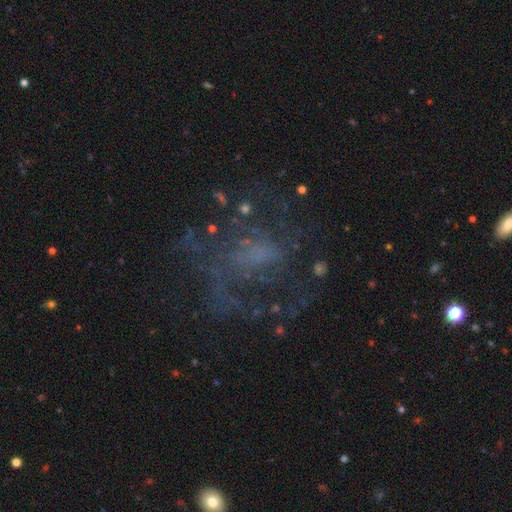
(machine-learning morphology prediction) Smooth or featured?
  - featured or disk: 64% *
  - star or artifact: 21%
  - smooth: 15%
Edge-on disk?
  - no: 97% *
  - yes: 3%
Bar?
  - no: 66% *
  - weak: 27%
  - strong: 7%
Spiral arms?
  - yes: 59% *
  - no: 41%
Bulge size?
  - none: 51% *
  - small: 25%
  - moderate: 18%
  - large: 4%
  - dominant: 1%
Merging?
  - none: 53% *
  - major disturbance: 29%
  - minor disturbance: 15%
  - merger: 3%